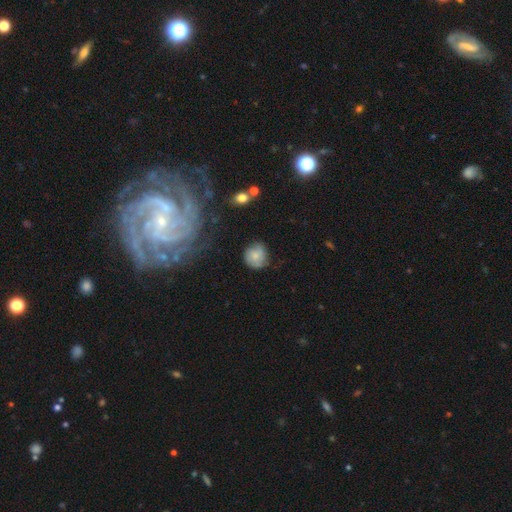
smooth_or_featured: smooth (p=0.47) [alt: featured or disk p=0.40]
how_rounded: round (p=0.95) [alt: in between p=0.05]
merging: none (p=0.66) [alt: minor disturbance p=0.29]